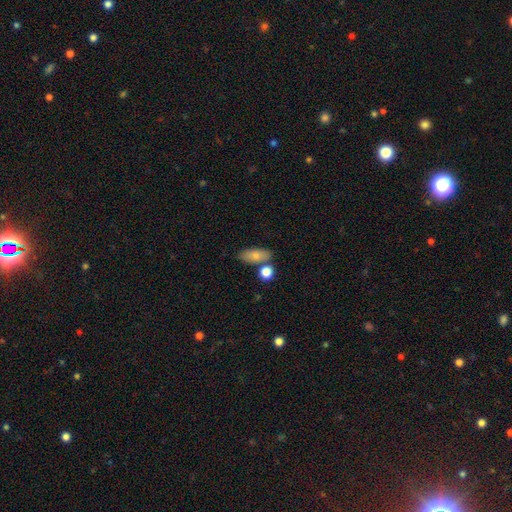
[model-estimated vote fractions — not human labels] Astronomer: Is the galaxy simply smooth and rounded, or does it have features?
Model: smooth — 79%.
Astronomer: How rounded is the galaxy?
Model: in between — 81%.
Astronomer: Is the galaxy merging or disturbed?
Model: none — 69%.